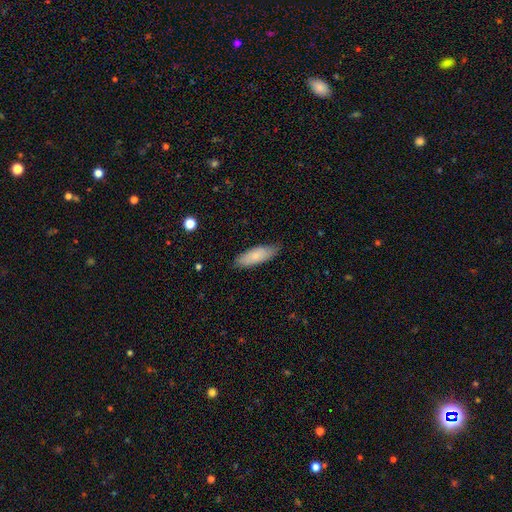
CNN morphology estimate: type=smooth (77%); roundness=in between (61%); merging=none (79%).